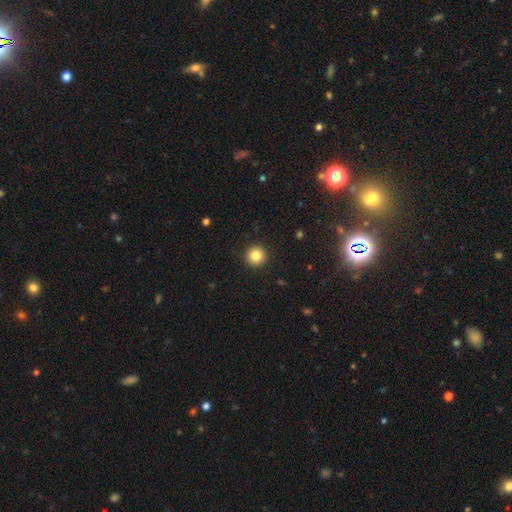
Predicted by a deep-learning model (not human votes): Smooth or featured? smooth (85%)
How rounded? round (95%)
Merging? none (92%)